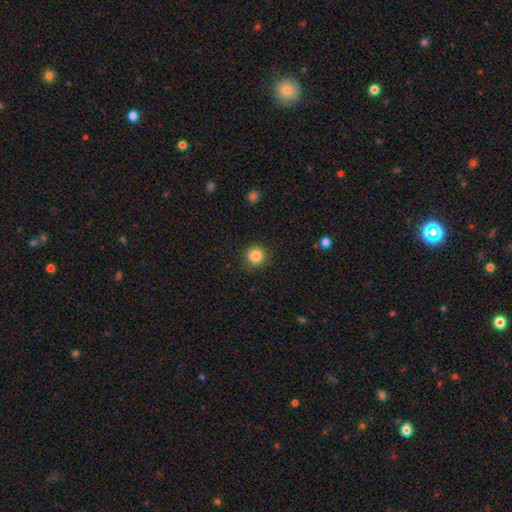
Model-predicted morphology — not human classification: The model was most divided on "smooth or featured": smooth: 85%, star or artifact: 10%, featured or disk: 5%. More confident: how rounded — round (94%); merging — none (88%).